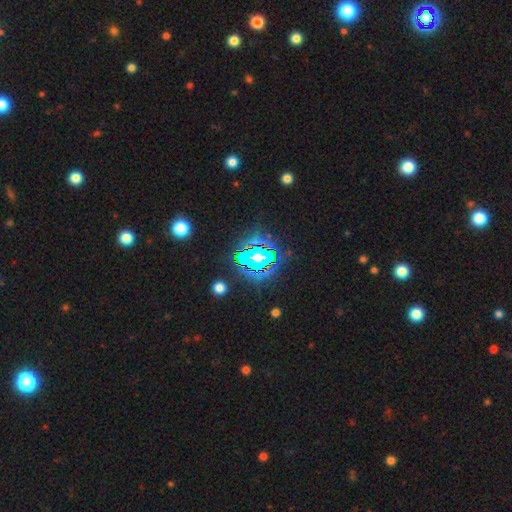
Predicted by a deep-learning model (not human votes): smooth_or_featured: star or artifact (p=0.81) [alt: smooth p=0.11]